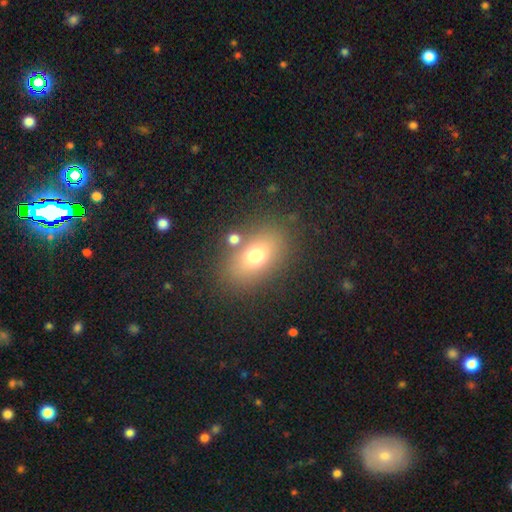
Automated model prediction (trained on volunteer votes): Overall: smooth (71%). How rounded: in between (80%). Merging: none (78%).